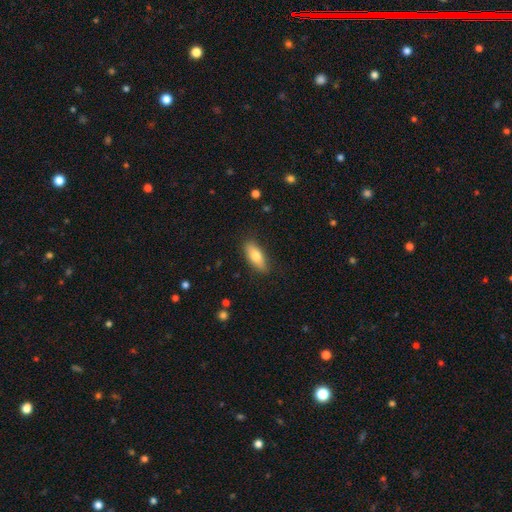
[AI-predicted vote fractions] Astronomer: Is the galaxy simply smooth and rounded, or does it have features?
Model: smooth — 74%.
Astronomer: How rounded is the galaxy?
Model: in between — 72%.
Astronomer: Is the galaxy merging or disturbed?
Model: none — 84%.